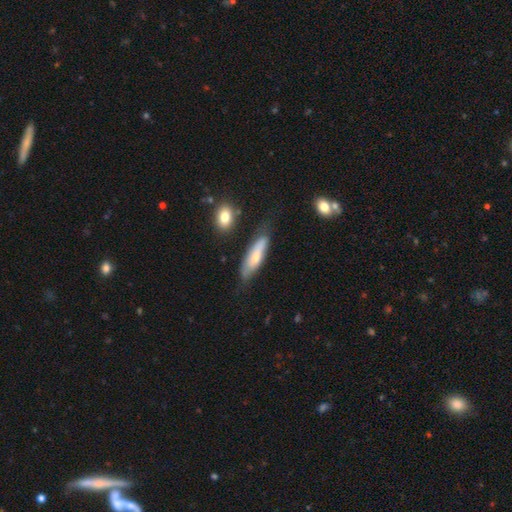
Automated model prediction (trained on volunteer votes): A smooth galaxy with no disk features (62%) that is cigar-shaped (60%). Merging: none (61%).